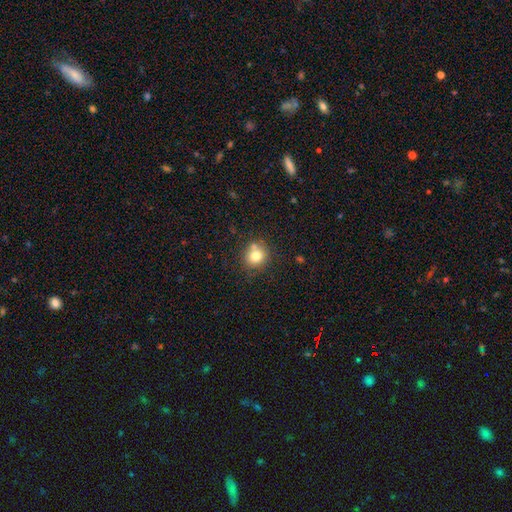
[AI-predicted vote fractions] Smooth or featured? Predicted: smooth (p=0.77). How rounded? Predicted: round (p=0.86). Merging? Predicted: none (p=0.71).